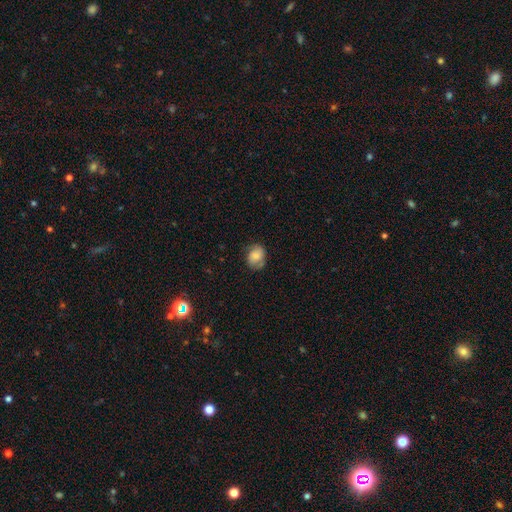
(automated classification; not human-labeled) smooth 70%, featured or disk 21%, star or artifact 9%. Down the decision tree: how rounded — round (50%); merging — none (63%).